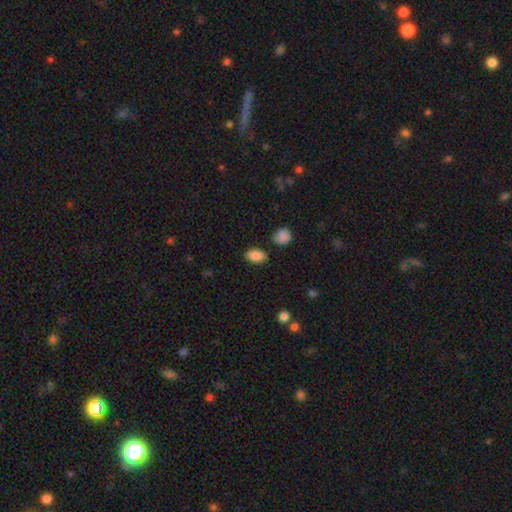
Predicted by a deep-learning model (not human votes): Smooth or featured? Predicted: smooth (p=0.86). How rounded? Predicted: in between (p=0.88). Merging? Predicted: none (p=0.81).